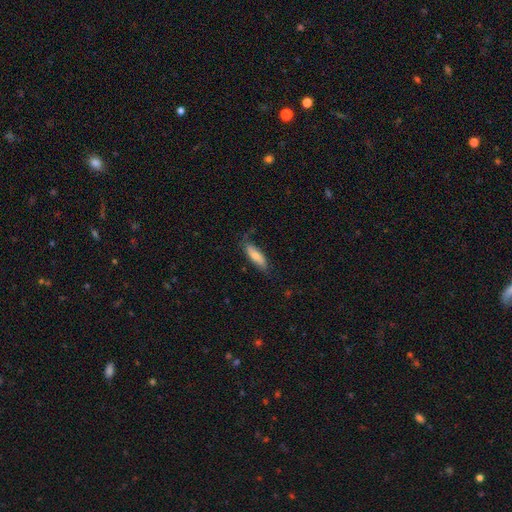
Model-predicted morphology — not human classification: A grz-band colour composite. It shows a smooth galaxy with no disk features (73%) that is in between round and cigar-shaped (56%). Merging: none (62%).